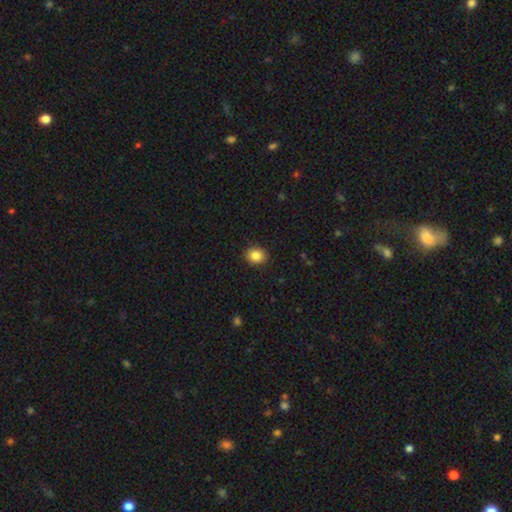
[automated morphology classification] Smooth or featured: smooth — 85% (star or artifact — 10%)
How rounded: round — 72% (in between — 27%)
Merging: none — 90% (minor disturbance — 7%)